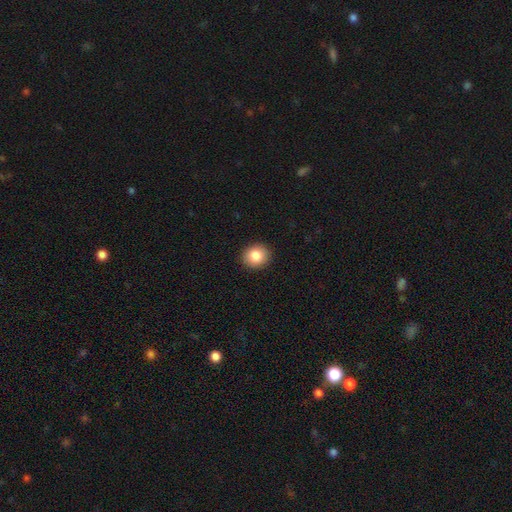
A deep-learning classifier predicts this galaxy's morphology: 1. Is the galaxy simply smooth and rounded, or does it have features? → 85% smooth, 9% star or artifact, 6% featured or disk.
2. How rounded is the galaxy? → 73% round, 26% in between, 1% cigar-shaped.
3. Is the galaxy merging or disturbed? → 91% none, 6% minor disturbance, 2% major disturbance, 1% merger.